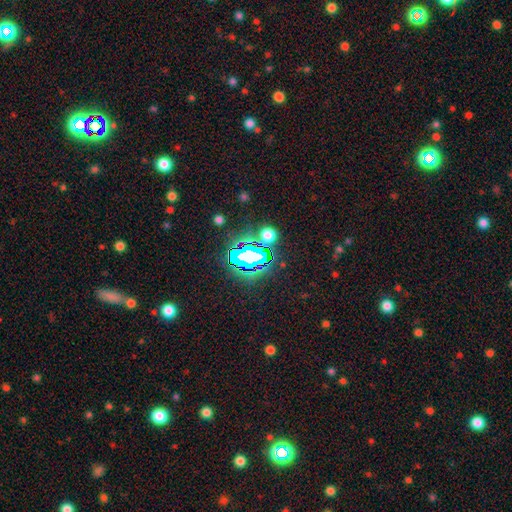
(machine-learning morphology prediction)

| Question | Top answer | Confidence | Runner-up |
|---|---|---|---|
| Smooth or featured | star or artifact | 82% | smooth (11%) |